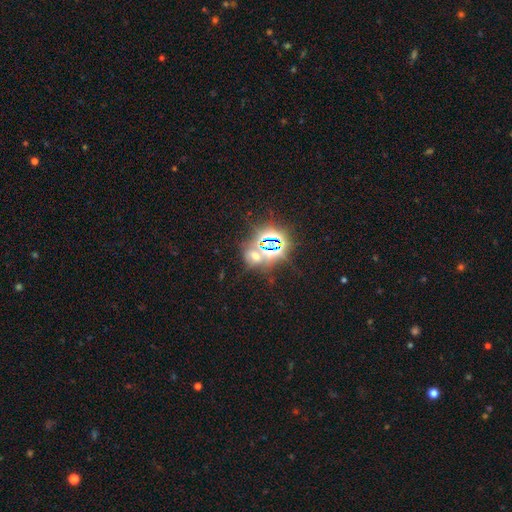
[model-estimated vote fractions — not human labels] This appears to be a star or artifact, not a galaxy (65%).